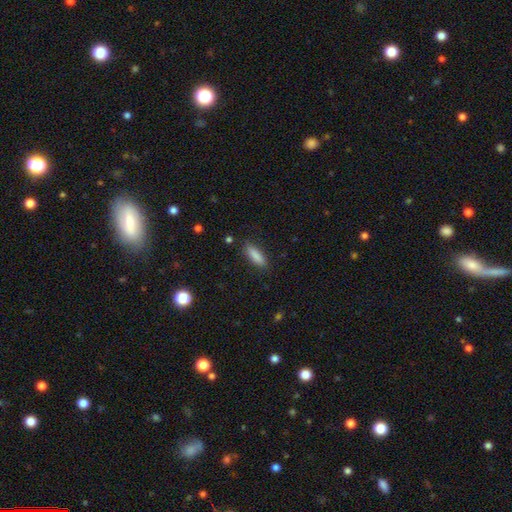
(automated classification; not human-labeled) smooth_or_featured: smooth (p=0.86) [alt: star or artifact p=0.07]
how_rounded: cigar-shaped (p=0.52) [alt: in between p=0.46]
merging: none (p=0.85) [alt: minor disturbance p=0.11]